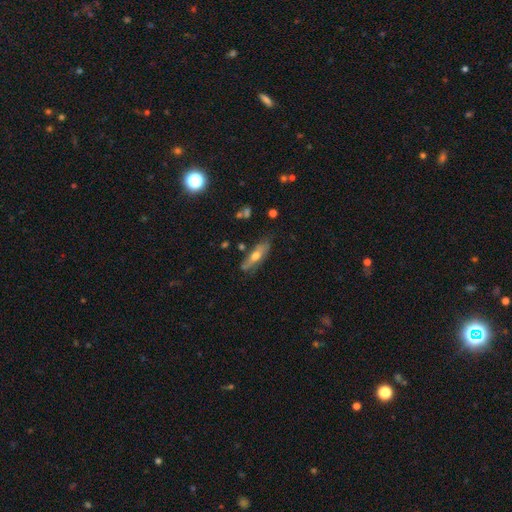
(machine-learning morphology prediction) type=featured or disk (47%); merging=none (70%).